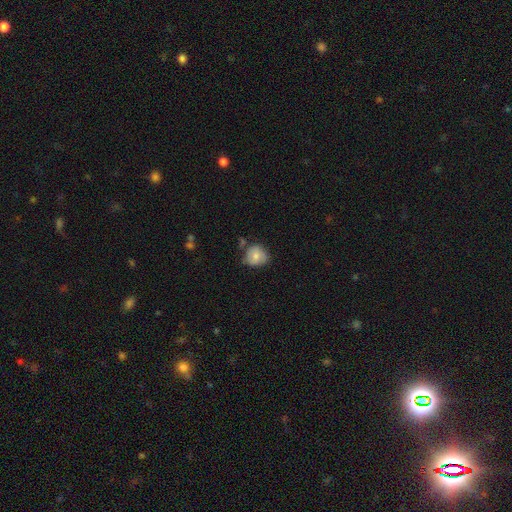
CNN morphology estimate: type=smooth (72%); roundness=round (79%); merging=none (61%).